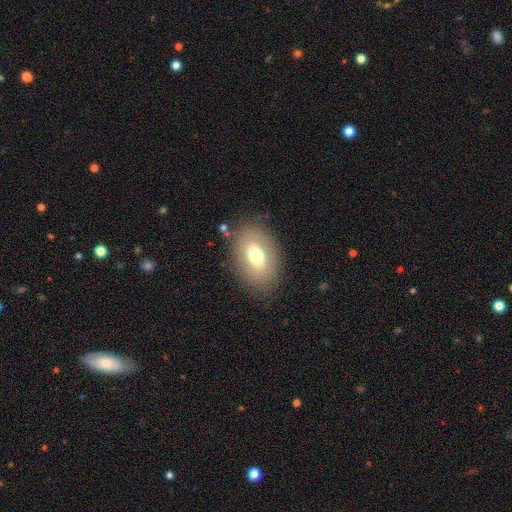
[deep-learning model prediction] Overall: smooth (61%; featured or disk 31%). How rounded: in between (84%). Merging: none (81%).